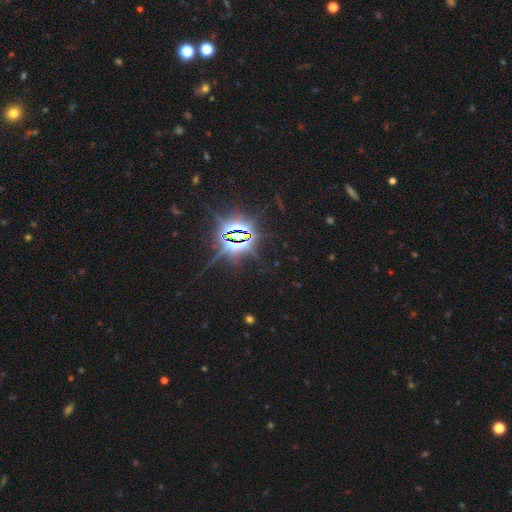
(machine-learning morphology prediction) type=star or artifact (87%).